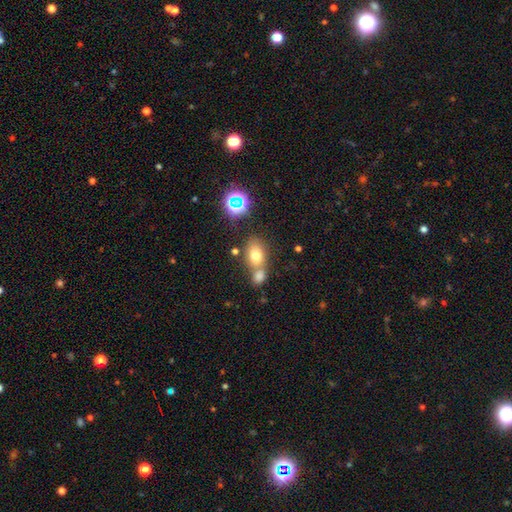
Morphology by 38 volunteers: Smooth or featured? 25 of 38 (66%) said smooth. How rounded? 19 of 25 (76%) said in between. Merging? 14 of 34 (41%) said merger.